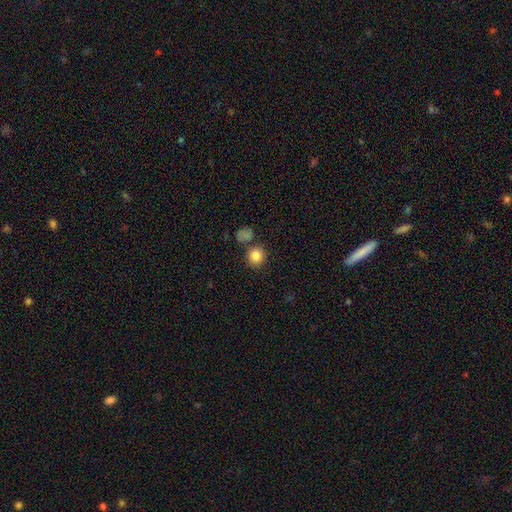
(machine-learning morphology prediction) type=smooth (84%); roundness=round (87%); merging=none (78%).